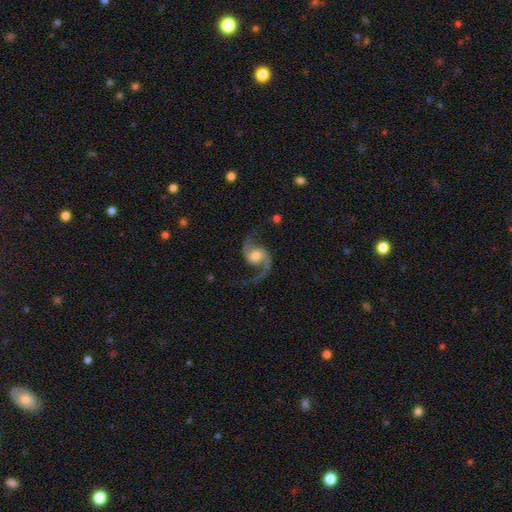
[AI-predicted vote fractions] Morphology: type=featured or disk (91%); edge-on=no (98%); bar=no (48%); spiral arms=yes (98%); winding=loose (59%); arm count=2 (94%); bulge=moderate (64%); merging=none (77%).